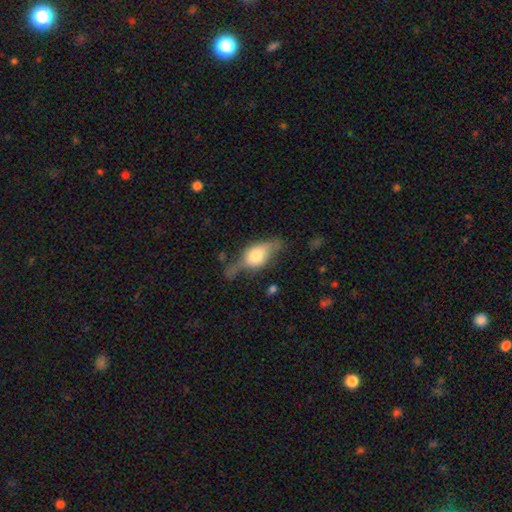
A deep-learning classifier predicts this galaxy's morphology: type=smooth (52%); roundness=in between (78%); merging=none (41%).